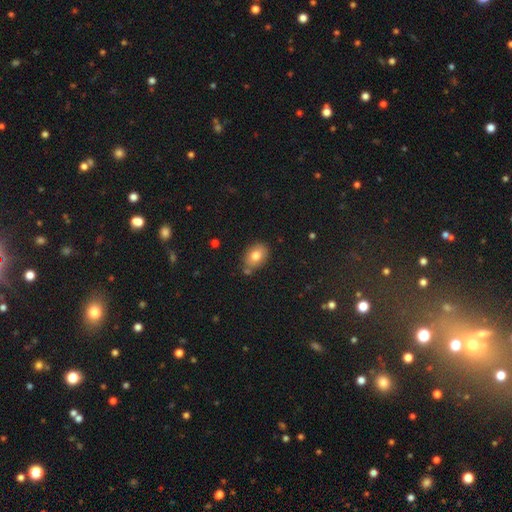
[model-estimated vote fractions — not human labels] This appears to be a smooth galaxy with no disk features (79%) that is in between round and cigar-shaped (78%). Merging: none (73%).